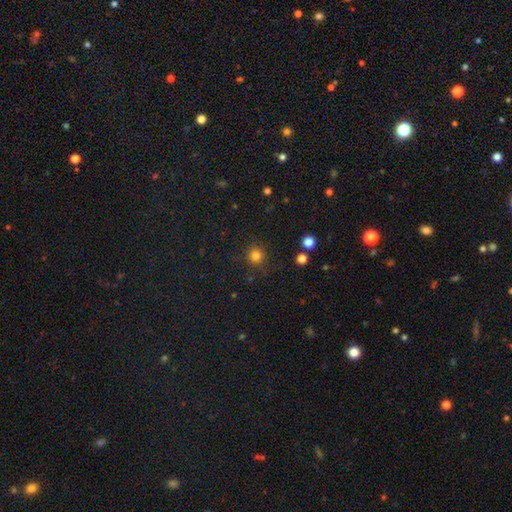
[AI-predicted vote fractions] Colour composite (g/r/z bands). It shows a smooth galaxy with no disk features (82%) that is round (94%). Merging: none (88%).